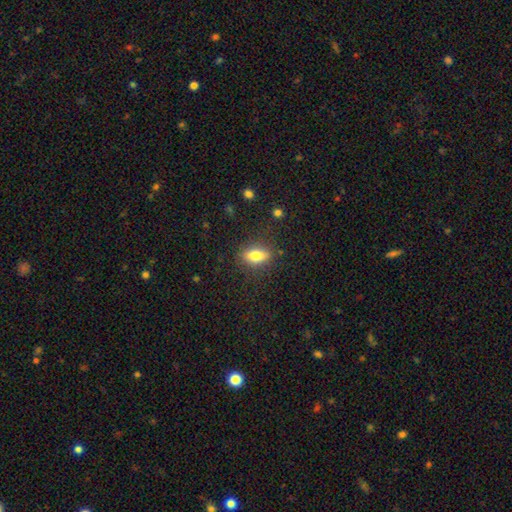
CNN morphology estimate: A smooth galaxy with no disk features (78%) that is in between round and cigar-shaped (81%).

Vote fractions:
- Smooth or featured? smooth: 78% / featured or disk: 13% / star or artifact: 9%
- How rounded? in between: 81% / cigar-shaped: 10% / round: 9%
- Merging? none: 83% / minor disturbance: 12% / major disturbance: 4% / merger: 2%